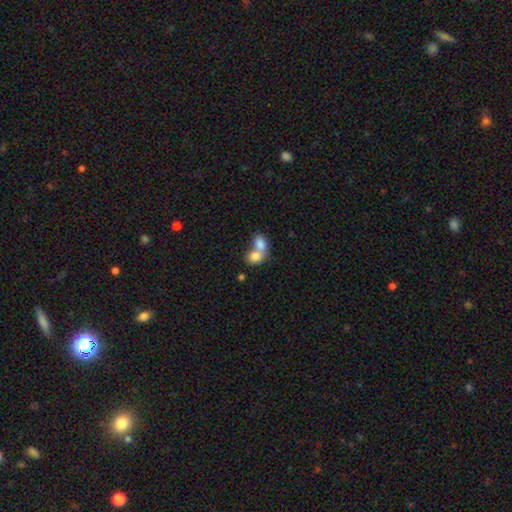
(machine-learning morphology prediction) type=smooth (78%); roundness=in between (65%); merging=merger (74%).